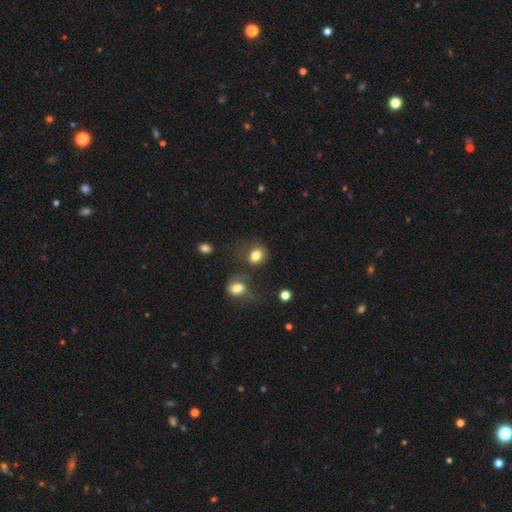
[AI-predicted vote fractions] Overall: smooth (82%). How rounded: round (54%; in between 45%). Merging: none (48%; merger 20%).